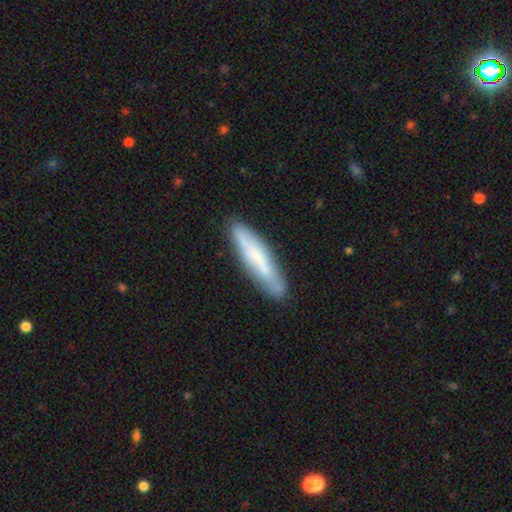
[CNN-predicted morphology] smooth 55%, featured or disk 39%, star or artifact 6%. Down the decision tree: how rounded — cigar-shaped (83%); merging — none (81%).